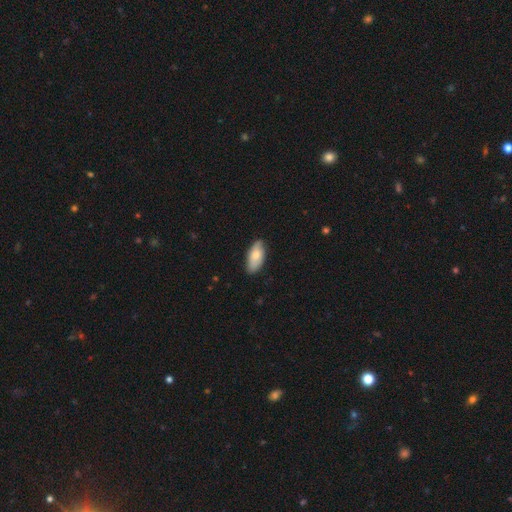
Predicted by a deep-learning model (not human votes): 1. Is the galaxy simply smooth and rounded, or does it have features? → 76% smooth, 18% featured or disk, 6% star or artifact.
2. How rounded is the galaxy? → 90% in between, 8% cigar-shaped, 2% round.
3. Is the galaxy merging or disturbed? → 82% none, 15% minor disturbance, 2% major disturbance, 1% merger.